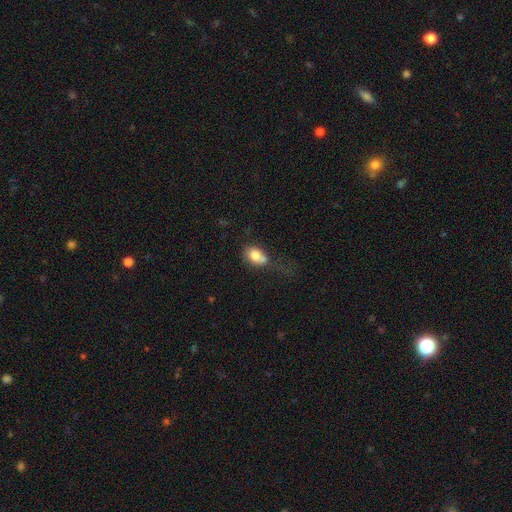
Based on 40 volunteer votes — smooth-or-featured: smooth: 78% | featured or disk: 18% | star or artifact: 5%
  how-rounded: in between: 68% | round: 32% | cigar-shaped: 0%
  merging: none: 39% | merger: 29% | minor disturbance: 18% | major disturbance: 13%